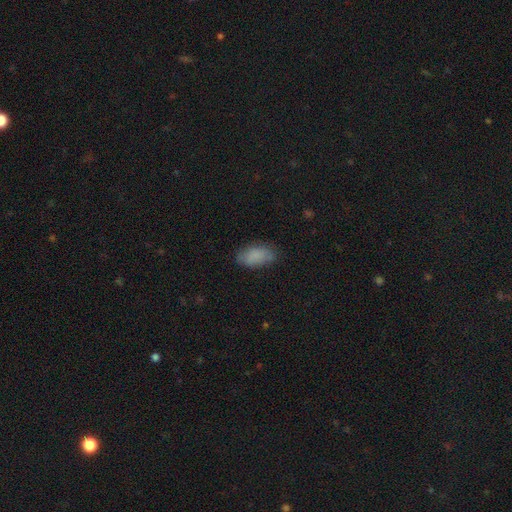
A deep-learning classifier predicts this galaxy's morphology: Smooth or featured? smooth (83%)
How rounded? in between (93%)
Merging? none (71%)